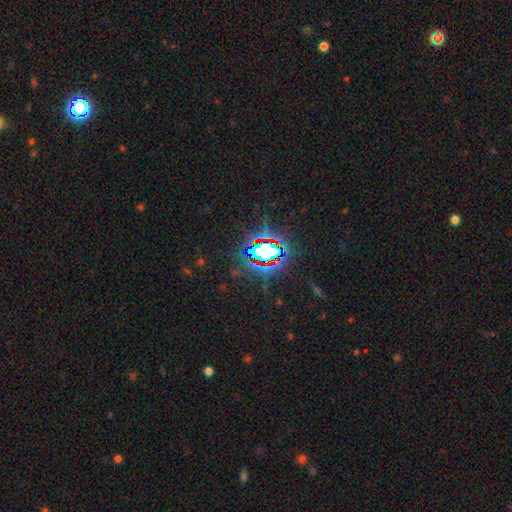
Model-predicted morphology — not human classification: Smooth or featured? star or artifact (79%)